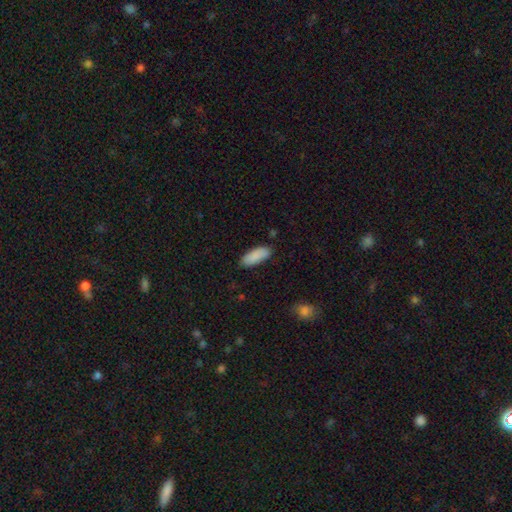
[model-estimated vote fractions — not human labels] This is clearly a smooth galaxy (88%). How rounded: likely in between (79%). Merging: clearly none (83%).